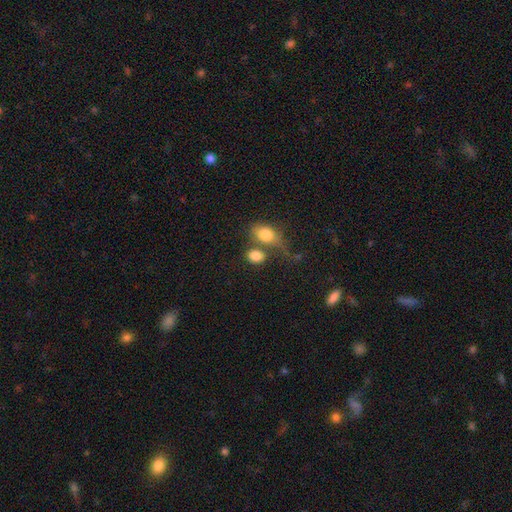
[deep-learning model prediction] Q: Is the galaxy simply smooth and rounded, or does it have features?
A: smooth — 82%.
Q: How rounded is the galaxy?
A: in between — 62%.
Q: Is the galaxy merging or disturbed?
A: none — 45%.